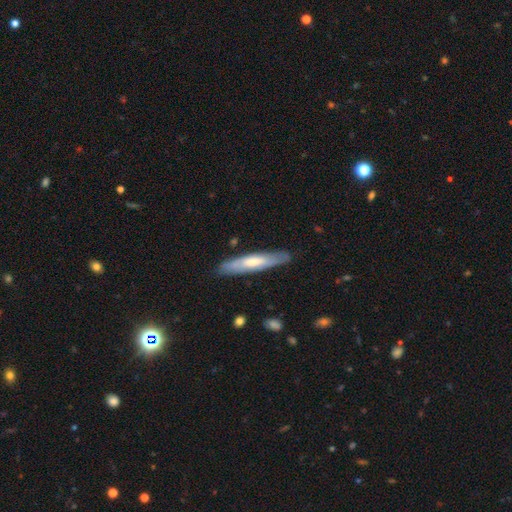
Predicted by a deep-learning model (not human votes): This is possibly a featured or disk galaxy (52%). It is clearly viewed edge-on (85%). Merging: clearly none (85%).